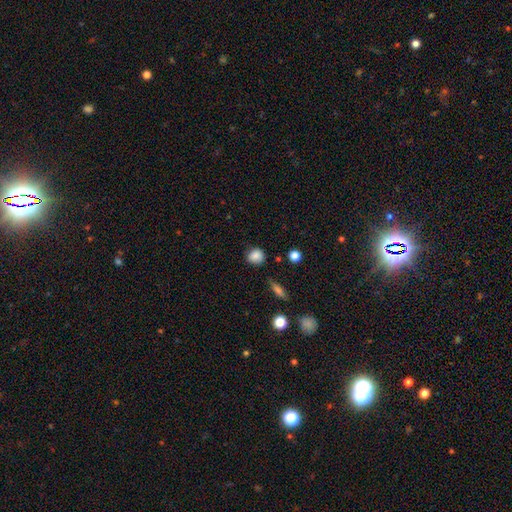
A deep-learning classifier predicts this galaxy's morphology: A smooth galaxy with no disk features (85%) that is round (80%).

Vote fractions:
- Smooth or featured? smooth: 85% / star or artifact: 10% / featured or disk: 5%
- How rounded? round: 80% / in between: 19% / cigar-shaped: 1%
- Merging? none: 79% / minor disturbance: 15% / major disturbance: 3% / merger: 2%